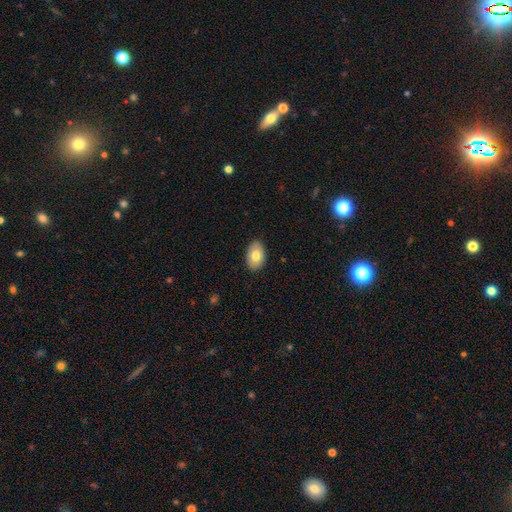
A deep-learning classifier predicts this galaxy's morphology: Smooth or featured? Predicted: smooth (p=0.78). How rounded? Predicted: in between (p=0.90). Merging? Predicted: none (p=0.88).